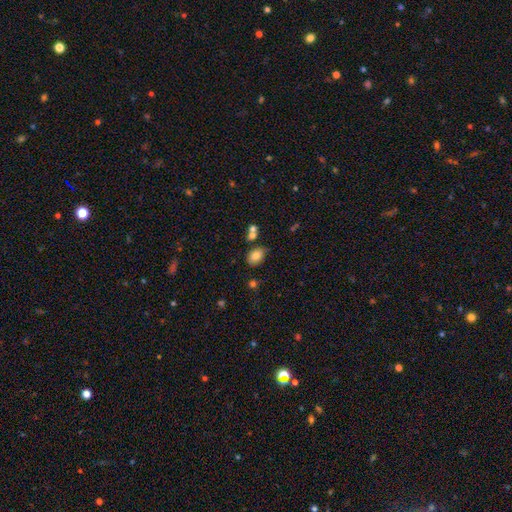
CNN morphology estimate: The model was most divided on "merging": none: 64%, minor disturbance: 19%, merger: 12%, major disturbance: 5%. More confident: how rounded — in between (81%); smooth or featured — smooth (81%).